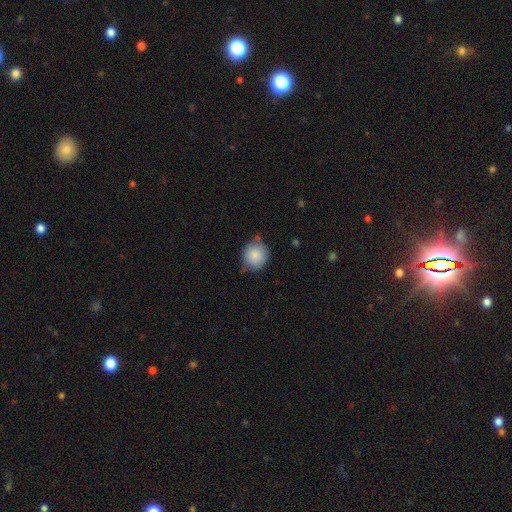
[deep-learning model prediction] Morphology: type=smooth (86%); roundness=round (79%); merging=none (58%).